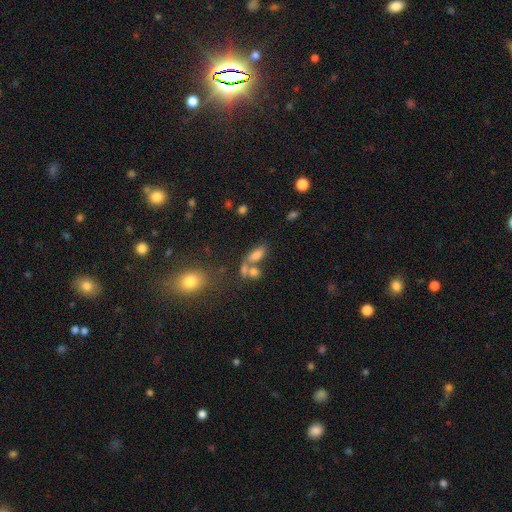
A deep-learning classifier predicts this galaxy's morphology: This is likely a smooth galaxy (67%). How rounded: likely in between (80%). Merging: marginally none (40%, tied with merger).